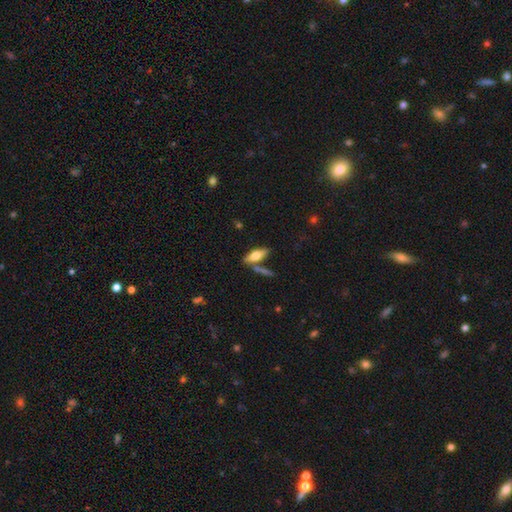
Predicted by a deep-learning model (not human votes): This is likely a smooth galaxy (66%). How rounded: likely in between (64%). Merging: likely none (68%).